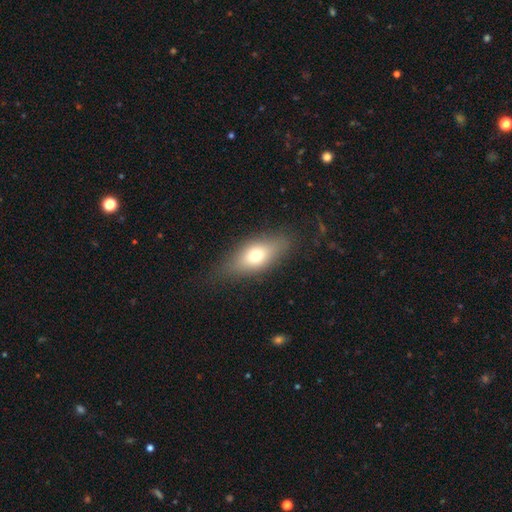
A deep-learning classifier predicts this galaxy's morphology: A smooth galaxy with no disk features (68%) that is in between round and cigar-shaped (79%).

Vote fractions:
- Smooth or featured? smooth: 68% / featured or disk: 22% / star or artifact: 10%
- How rounded? in between: 79% / cigar-shaped: 13% / round: 8%
- Merging? none: 79% / minor disturbance: 14% / major disturbance: 5% / merger: 1%